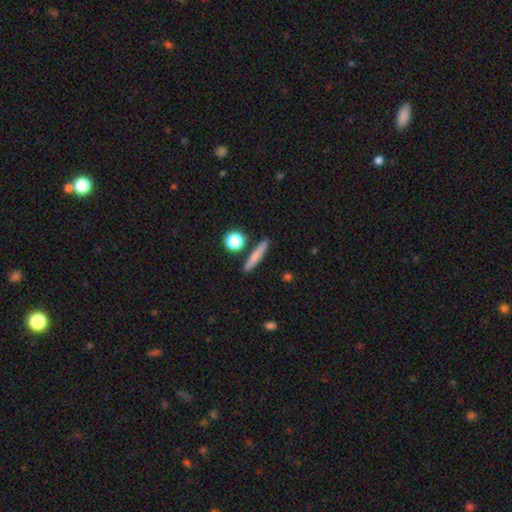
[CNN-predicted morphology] A smooth galaxy with no disk features (72%) that is cigar-shaped (86%). Merging: none (86%).